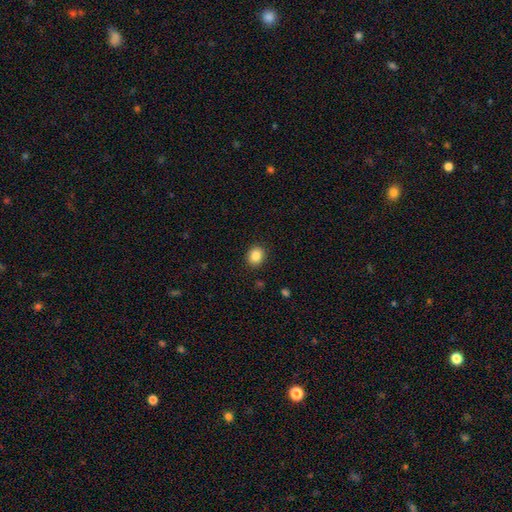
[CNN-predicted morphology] This appears to be a smooth galaxy with no disk features (87%) that is round (67%). Merging: none (89%).